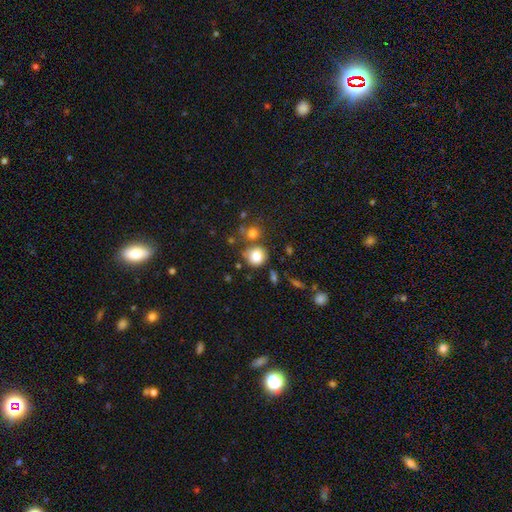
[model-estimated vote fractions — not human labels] The model was most divided on "merging": none: 68%, minor disturbance: 15%, merger: 12%, major disturbance: 5%. More confident: how rounded — round (86%); smooth or featured — smooth (82%).